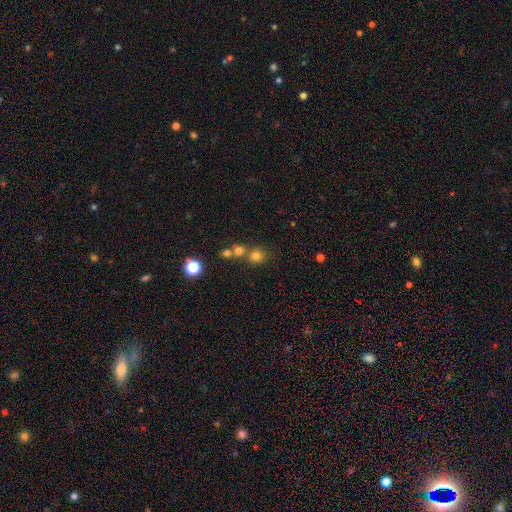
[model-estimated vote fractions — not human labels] Overall: smooth (74%). How rounded: round (88%). Merging: none (60%; merger 30%).